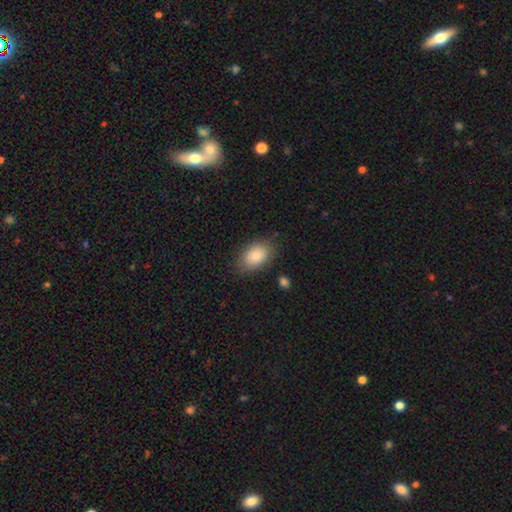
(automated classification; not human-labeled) Smooth or featured? smooth (86%)
How rounded? in between (91%)
Merging? none (79%)